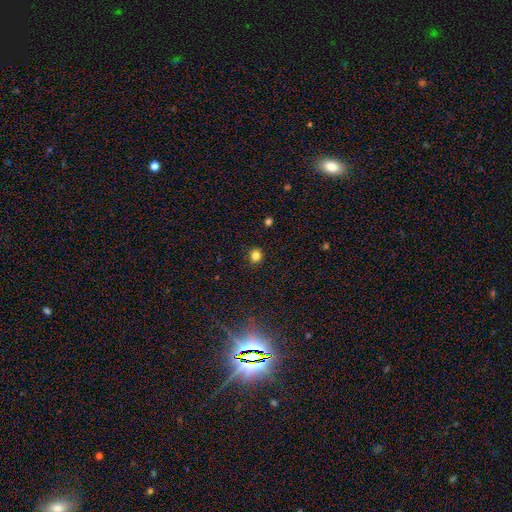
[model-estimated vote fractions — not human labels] A smooth galaxy with no disk features (83%) that is round (79%). Merging: none (90%).